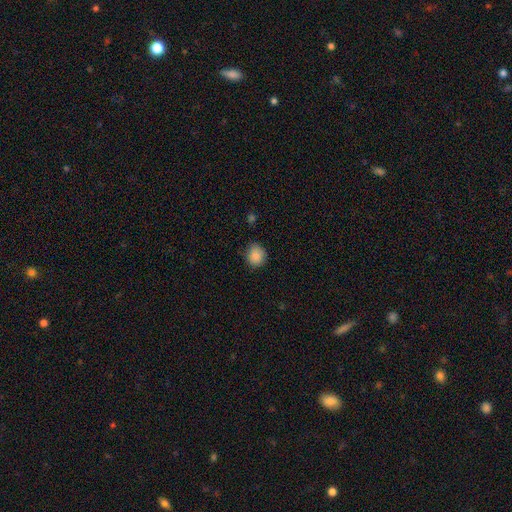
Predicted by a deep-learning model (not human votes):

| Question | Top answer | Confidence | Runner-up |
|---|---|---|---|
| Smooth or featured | smooth | 87% | star or artifact (9%) |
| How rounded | round | 77% | in between (22%) |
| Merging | none | 78% | minor disturbance (18%) |